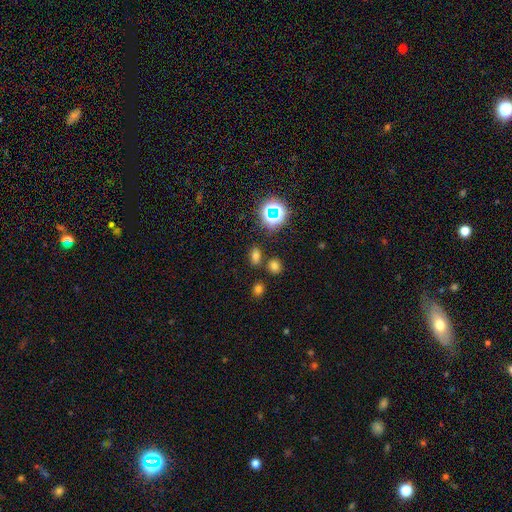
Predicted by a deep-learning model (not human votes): A smooth galaxy with no disk features (67%) that is in between round and cigar-shaped (76%). Merging: none (78%).